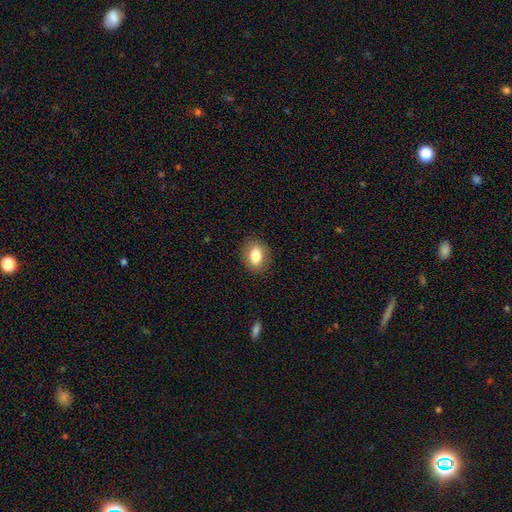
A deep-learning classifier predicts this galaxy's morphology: Smooth or featured? Predicted: smooth (p=0.80). How rounded? Predicted: in between (p=0.68). Merging? Predicted: none (p=0.87).